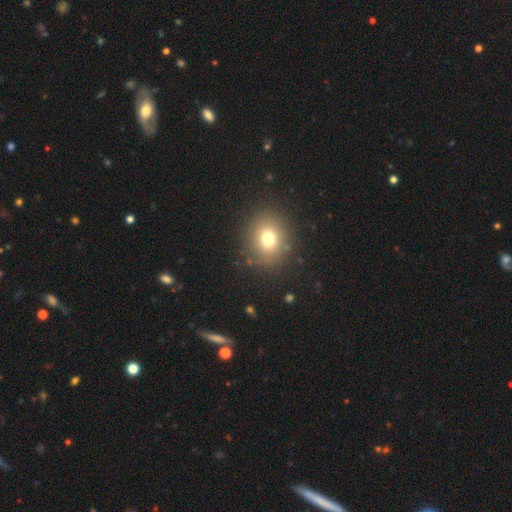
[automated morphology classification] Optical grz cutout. It shows a smooth galaxy with no disk features (67%) that is round (76%). Merging: none (87%).